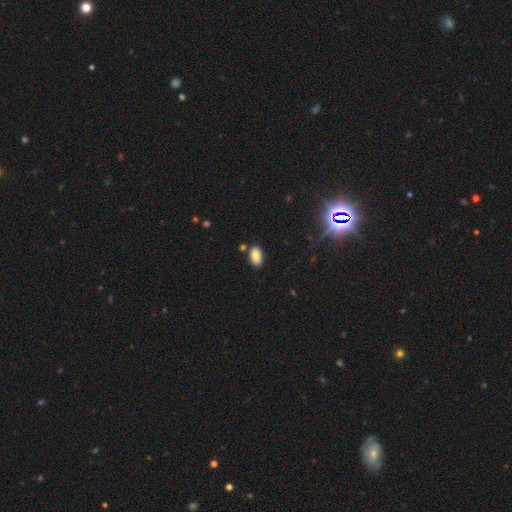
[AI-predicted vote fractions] Q: Smooth or featured?
A: smooth (85%); runner-up: star or artifact (9%)
Q: How rounded?
A: in between (92%); runner-up: round (6%)
Q: Merging?
A: none (81%); runner-up: minor disturbance (12%)